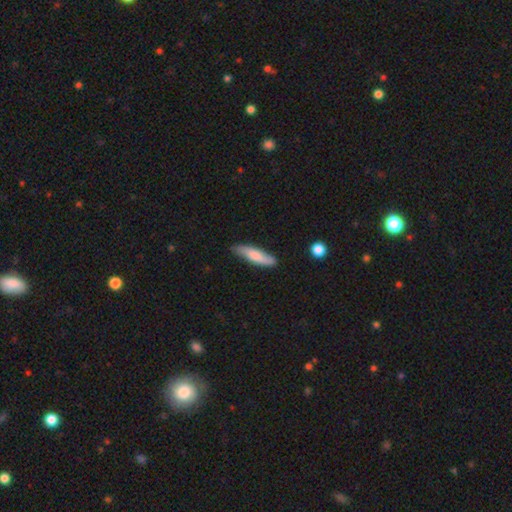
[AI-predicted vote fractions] smooth 71%, featured or disk 23%, star or artifact 5%. Down the decision tree: how rounded — cigar-shaped (74%); merging — none (77%).